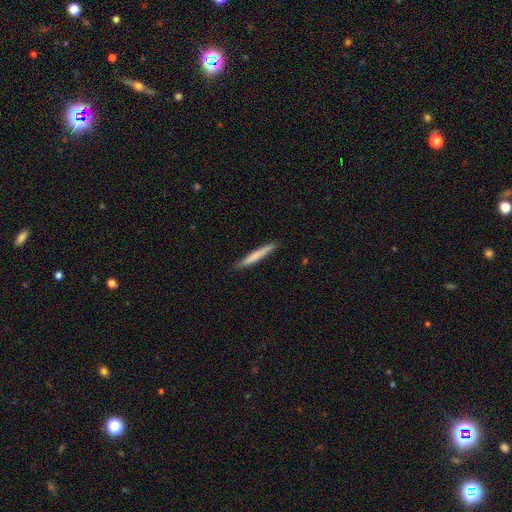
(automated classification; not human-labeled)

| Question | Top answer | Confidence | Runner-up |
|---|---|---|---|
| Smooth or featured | smooth | 72% | featured or disk (23%) |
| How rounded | cigar-shaped | 96% | in between (3%) |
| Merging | none | 87% | minor disturbance (10%) |